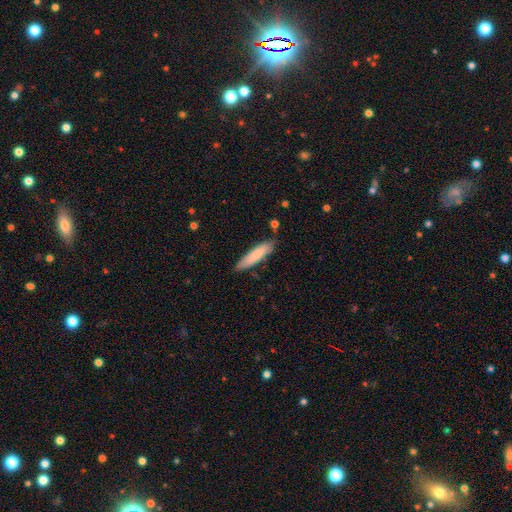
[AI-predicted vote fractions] Morphology: type=smooth (78%); roundness=cigar-shaped (81%); merging=none (83%).